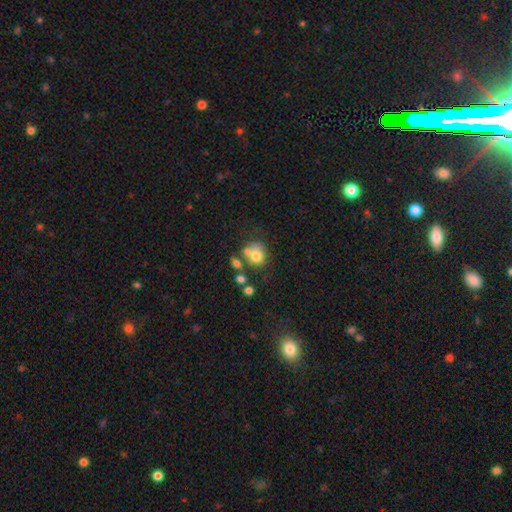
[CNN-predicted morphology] A smooth galaxy with no disk features (71%) that is round (69%).

Vote fractions:
- Smooth or featured? smooth: 71% / featured or disk: 17% / star or artifact: 11%
- How rounded? round: 69% / in between: 30% / cigar-shaped: 1%
- Merging? none: 42% / merger: 34% / minor disturbance: 15% / major disturbance: 9%